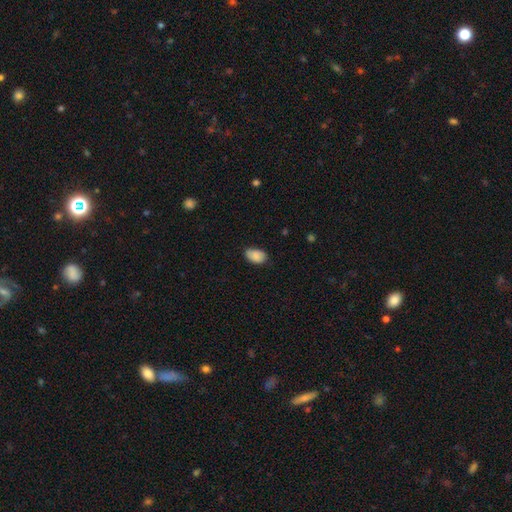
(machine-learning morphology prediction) Smooth or featured? smooth (85%)
How rounded? in between (90%)
Merging? none (73%)